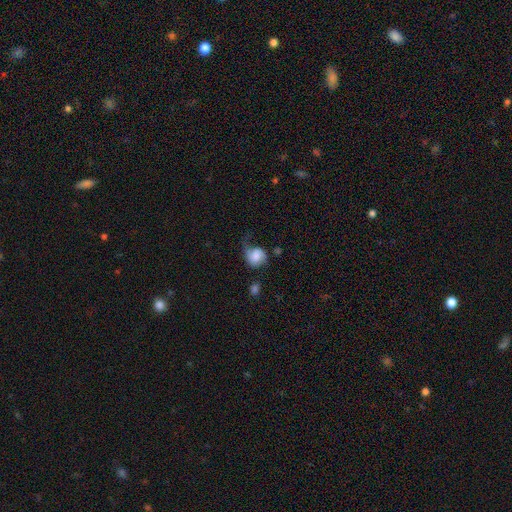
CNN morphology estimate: The model was most divided on "merging": major disturbance: 33%, none: 32%, minor disturbance: 30%, merger: 4%. More confident: how rounded — round (66%); smooth or featured — smooth (58%).